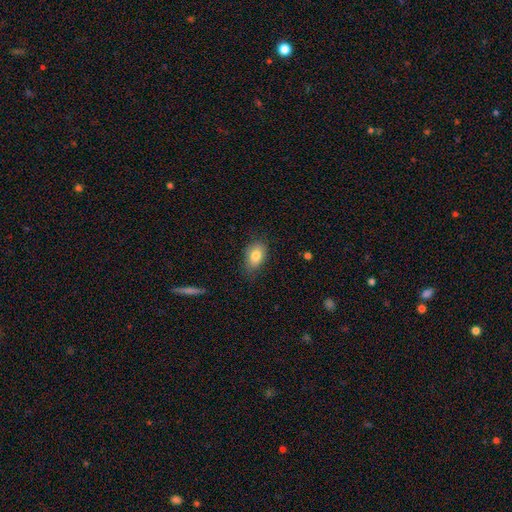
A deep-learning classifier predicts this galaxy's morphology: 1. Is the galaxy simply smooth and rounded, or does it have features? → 81% smooth, 11% featured or disk, 8% star or artifact.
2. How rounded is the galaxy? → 85% in between, 13% round, 2% cigar-shaped.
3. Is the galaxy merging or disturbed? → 77% none, 18% minor disturbance, 4% major disturbance, 1% merger.